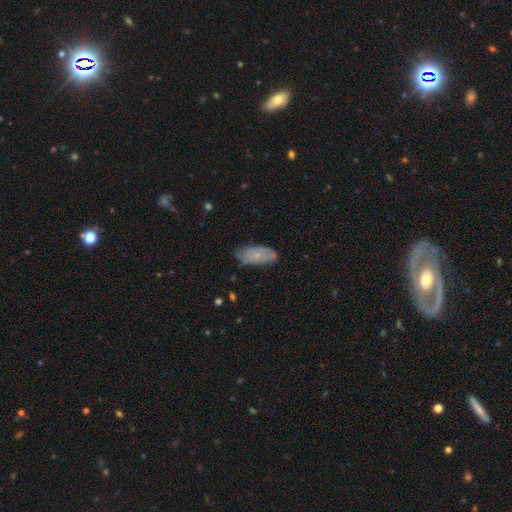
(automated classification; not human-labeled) Smooth or featured? smooth (54%)
How rounded? in between (85%)
Merging? none (67%)